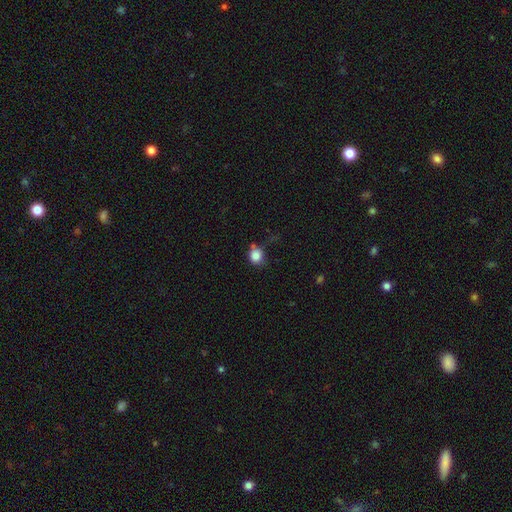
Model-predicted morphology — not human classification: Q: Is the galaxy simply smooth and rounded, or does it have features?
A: smooth — 83%.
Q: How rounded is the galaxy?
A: round — 80%.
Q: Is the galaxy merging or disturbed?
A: none — 60%.